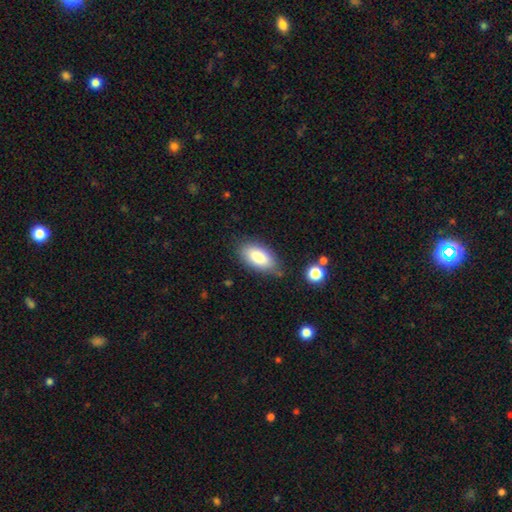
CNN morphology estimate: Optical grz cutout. It shows a smooth galaxy with no disk features (86%) that is in between round and cigar-shaped (92%). Merging: none (76%).